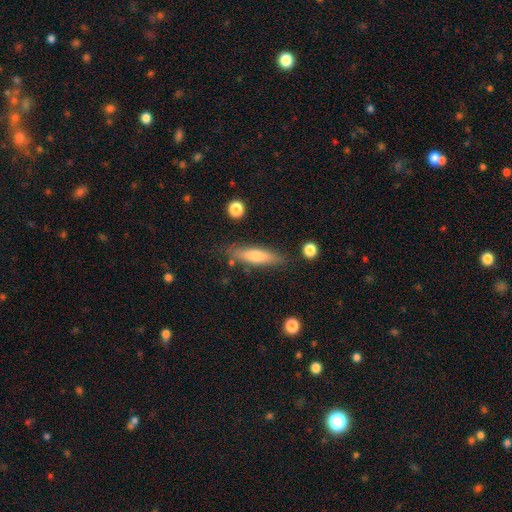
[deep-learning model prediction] Q: Smooth or featured?
A: smooth (61%); runner-up: featured or disk (32%)
Q: How rounded?
A: cigar-shaped (76%); runner-up: in between (22%)
Q: Merging?
A: none (82%); runner-up: minor disturbance (13%)